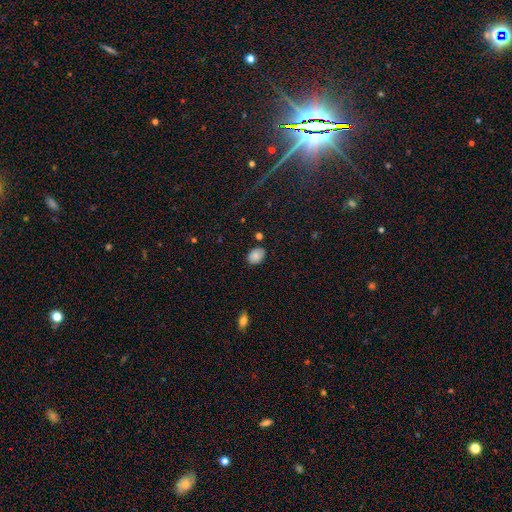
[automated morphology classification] Smooth or featured? smooth (84%)
How rounded? in between (75%)
Merging? none (81%)